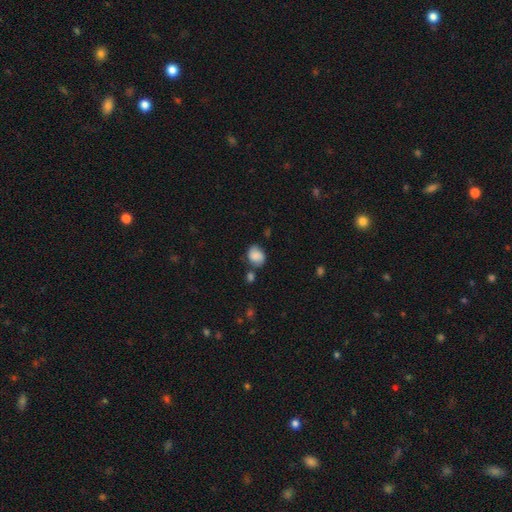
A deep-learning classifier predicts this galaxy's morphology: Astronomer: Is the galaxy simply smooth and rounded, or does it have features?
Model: smooth — 75%.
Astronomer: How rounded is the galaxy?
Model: in between — 51% (runner-up: round, 48%).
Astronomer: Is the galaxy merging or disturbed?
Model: none — 59%.